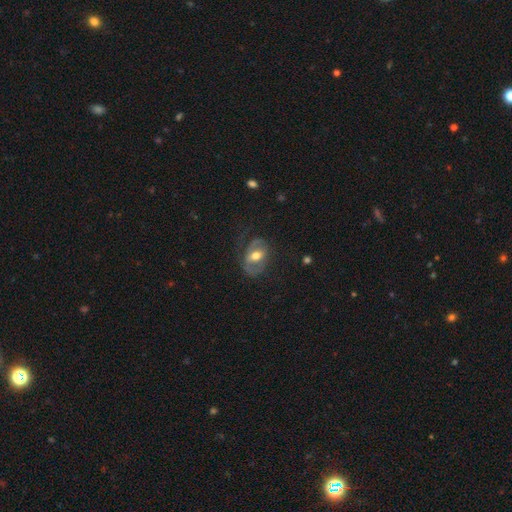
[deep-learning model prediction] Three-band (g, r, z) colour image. It shows a featured or disk galaxy (57%) with no bar (39%), no spiral arms (54%) and a moderate central bulge (71%). Merging: none (61%).